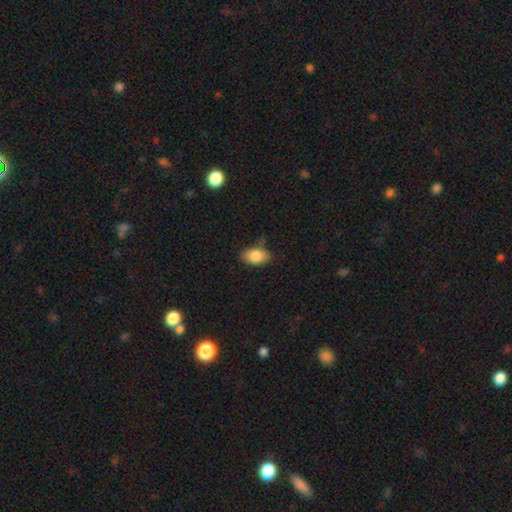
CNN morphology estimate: Q: Smooth or featured?
A: smooth (85%); runner-up: featured or disk (8%)
Q: How rounded?
A: in between (89%); runner-up: round (9%)
Q: Merging?
A: none (72%); runner-up: minor disturbance (21%)